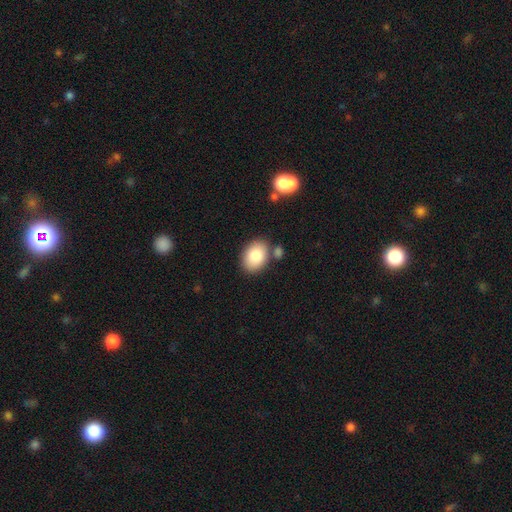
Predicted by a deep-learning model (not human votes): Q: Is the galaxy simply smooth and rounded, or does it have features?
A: smooth — 83%.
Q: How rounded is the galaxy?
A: in between — 77%.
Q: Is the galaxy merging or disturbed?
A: none — 76%.